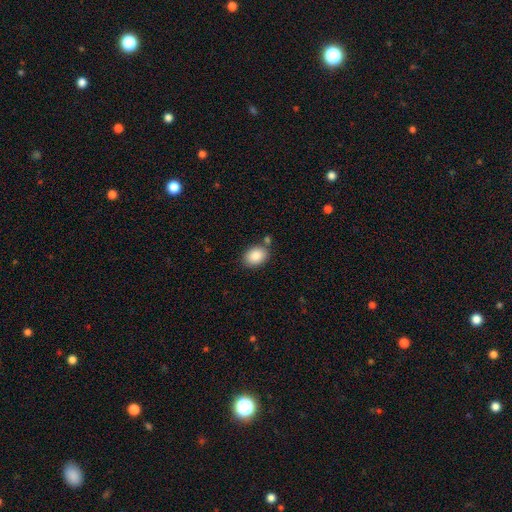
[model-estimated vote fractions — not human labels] Overall: smooth (88%). How rounded: in between (76%). Merging: none (75%).